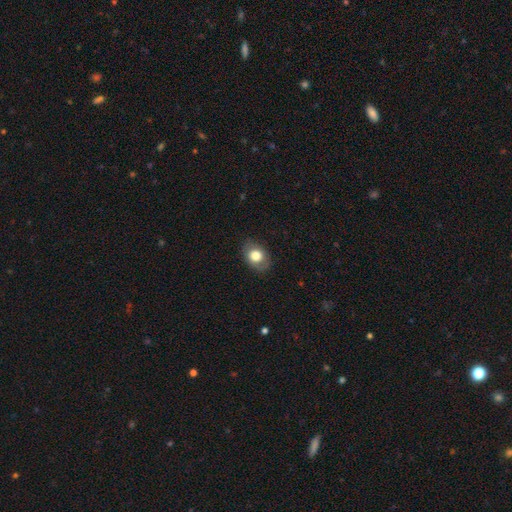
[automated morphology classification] Smooth or featured? smooth (73%)
How rounded? in between (68%)
Merging? none (80%)